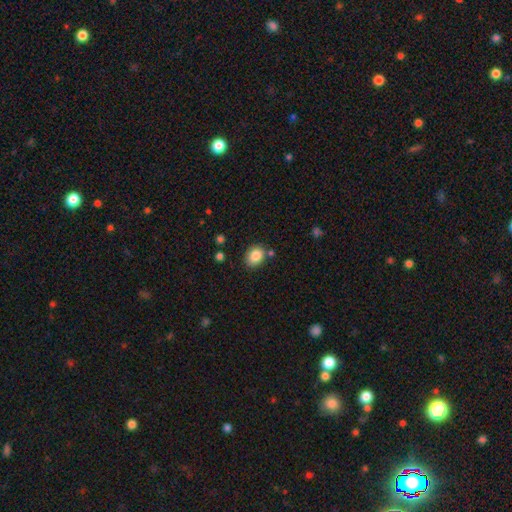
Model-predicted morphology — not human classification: Smooth or featured? smooth (85%)
How rounded? in between (54%)
Merging? none (79%)